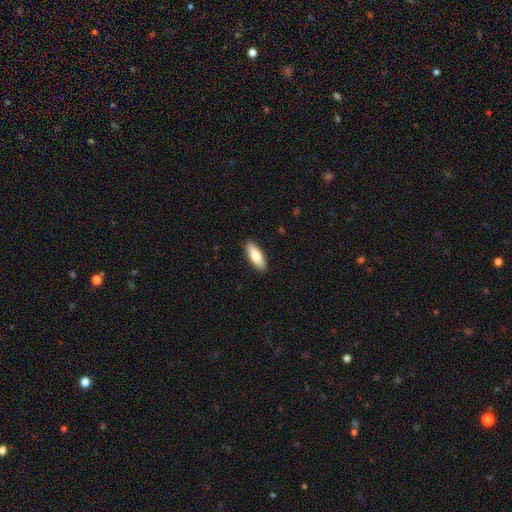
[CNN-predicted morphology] Smooth or featured: smooth — 77% (featured or disk — 18%)
How rounded: in between — 68% (cigar-shaped — 30%)
Merging: none — 90% (minor disturbance — 7%)